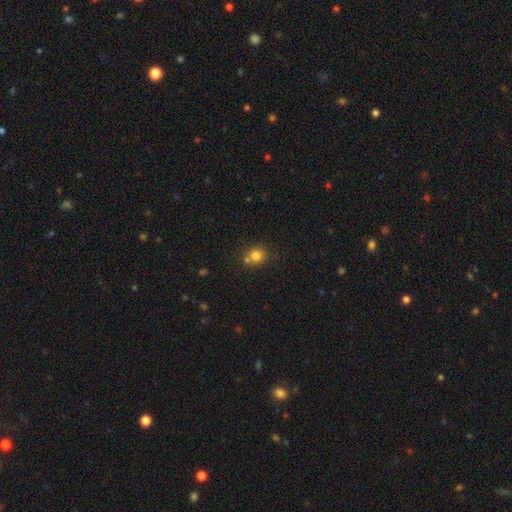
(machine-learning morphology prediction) Smooth or featured: smooth — 79% (star or artifact — 13%)
How rounded: round — 84% (in between — 15%)
Merging: none — 61% (merger — 25%)